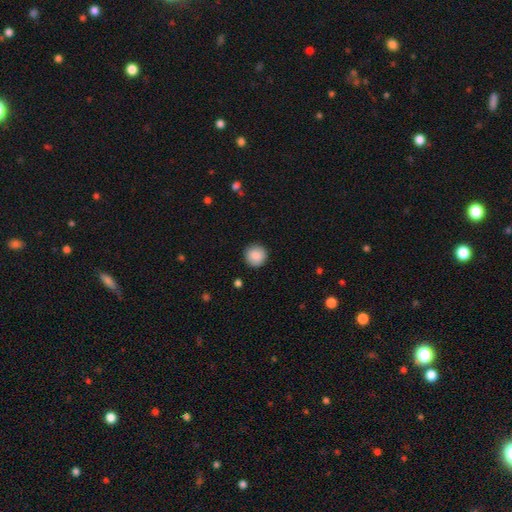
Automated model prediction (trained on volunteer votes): smooth 88%, star or artifact 8%, featured or disk 4%. Down the decision tree: how rounded — round (95%); merging — none (91%).